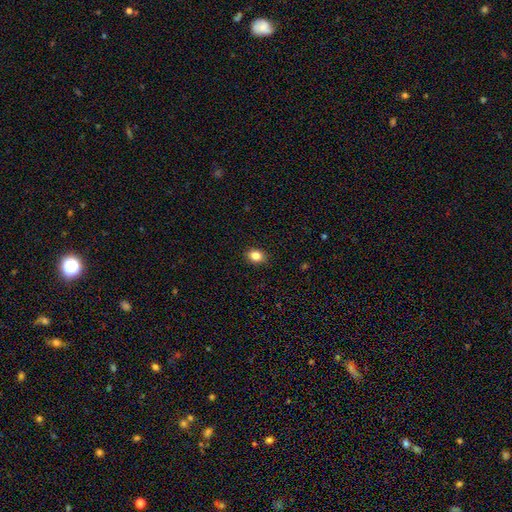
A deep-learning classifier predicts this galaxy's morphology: A smooth galaxy with no disk features (84%) that is in between round and cigar-shaped (60%).

Vote fractions:
- Smooth or featured? smooth: 84% / star or artifact: 10% / featured or disk: 6%
- How rounded? in between: 60% / round: 39% / cigar-shaped: 1%
- Merging? none: 90% / minor disturbance: 7% / major disturbance: 2% / merger: 1%